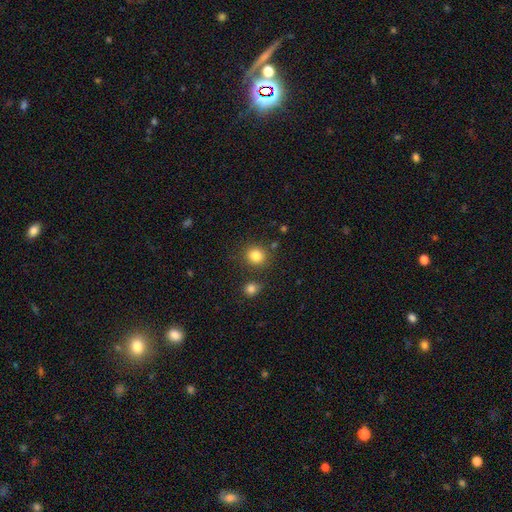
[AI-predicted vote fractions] This is clearly a smooth galaxy (84%). How rounded: clearly round (84%). Merging: clearly none (81%).